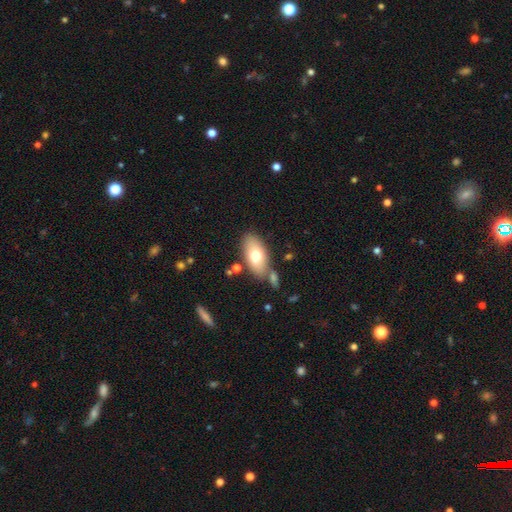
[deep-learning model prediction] This is likely a smooth galaxy (71%). How rounded: clearly in between (91%). Merging: likely none (70%).